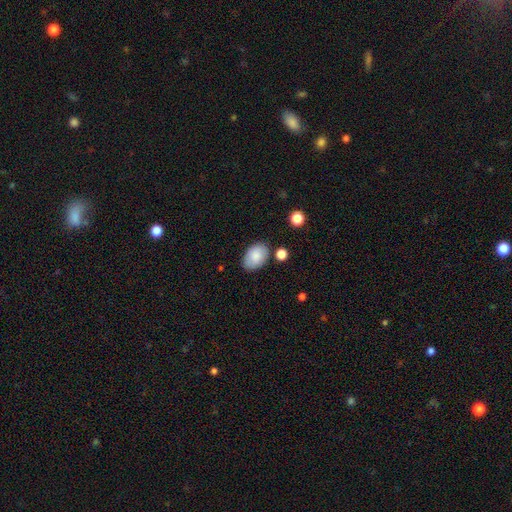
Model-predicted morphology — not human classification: smooth_or_featured: smooth (p=0.84) [alt: featured or disk p=0.09]
how_rounded: in between (p=0.88) [alt: round p=0.11]
merging: none (p=0.77) [alt: minor disturbance p=0.16]